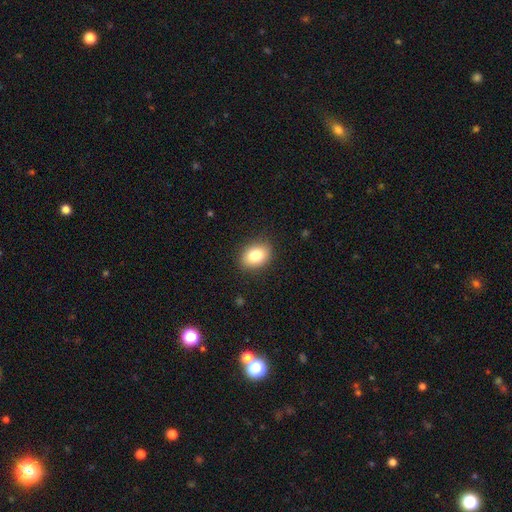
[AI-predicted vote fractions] Morphology: type=smooth (85%); roundness=in between (74%); merging=none (86%).